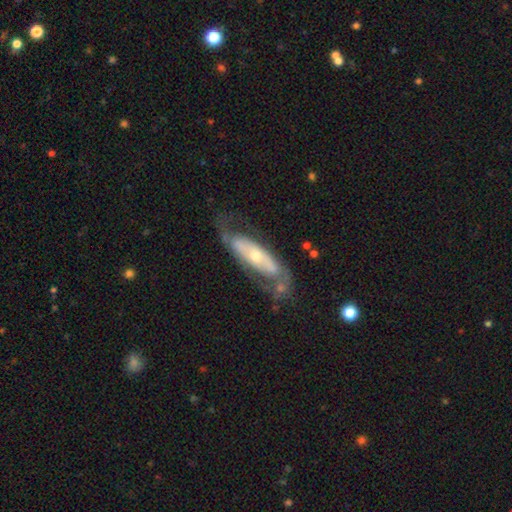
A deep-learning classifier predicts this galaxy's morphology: Overall: featured or disk (68%). Edge-on disk: no (76%). Bar: no (71%). Spiral arms: yes (54%; no 46%). Bulge size: moderate (53%; small 40%). Merging: none (54%; minor disturbance 22%).